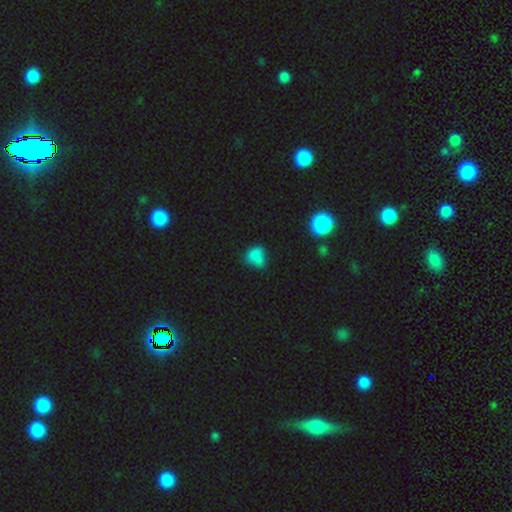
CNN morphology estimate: Smooth or featured? Predicted: smooth (p=0.74). How rounded? Predicted: round (p=0.54). Merging? Predicted: none (p=0.44).